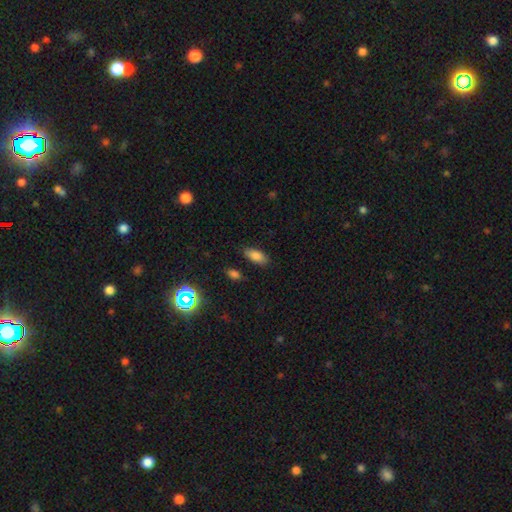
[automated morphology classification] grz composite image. It shows a smooth galaxy with no disk features (83%) that is in between round and cigar-shaped (86%). Merging: none (82%).